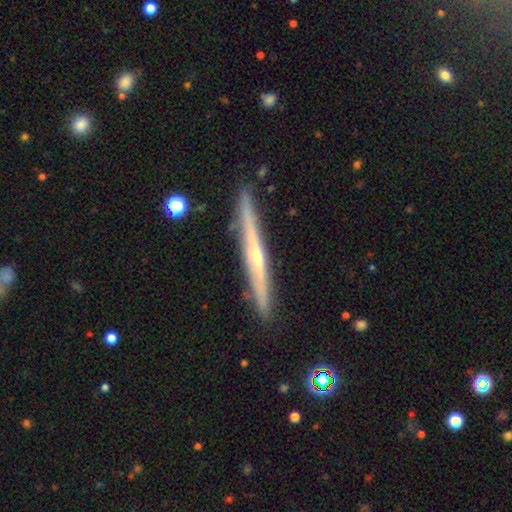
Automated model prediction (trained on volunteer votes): Overall: featured or disk (74%). Edge-on disk: yes (97%). Edge-on bulge: rounded (67%; none 30%). Merging: none (90%).